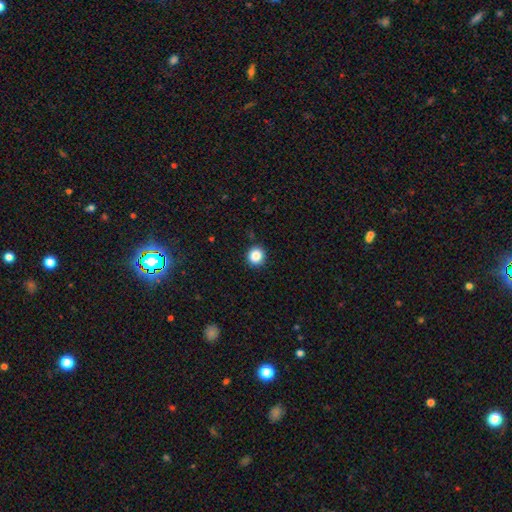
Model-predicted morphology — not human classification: smooth 86%, star or artifact 11%, featured or disk 3%. Down the decision tree: how rounded — round (93%); merging — none (91%).